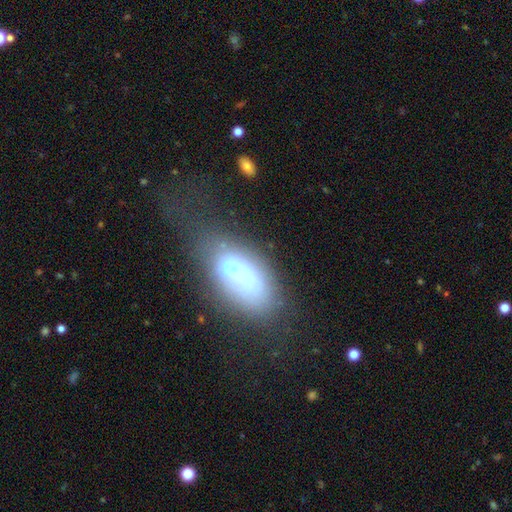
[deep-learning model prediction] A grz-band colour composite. It shows a smooth galaxy with no disk features (56%) that is in between round and cigar-shaped (78%). Merging: major disturbance (35%).